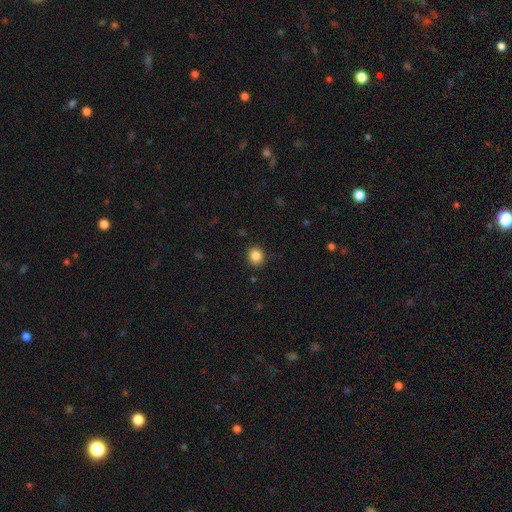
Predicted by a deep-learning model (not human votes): Morphology: type=smooth (86%); roundness=round (78%); merging=none (89%).